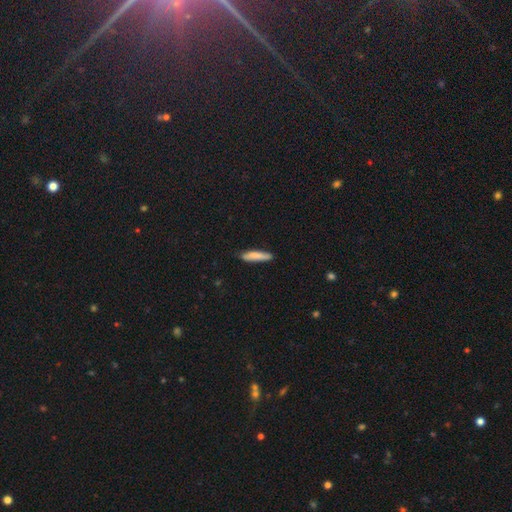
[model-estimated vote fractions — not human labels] This appears to be a smooth galaxy with no disk features (81%) that is cigar-shaped (86%). Merging: none (83%).